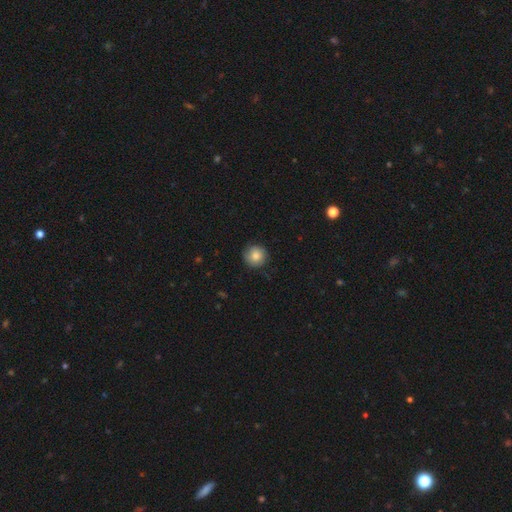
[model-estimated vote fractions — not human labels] smooth_or_featured: smooth (p=0.79) [alt: featured or disk p=0.13]
how_rounded: round (p=0.93) [alt: in between p=0.06]
merging: none (p=0.82) [alt: minor disturbance p=0.14]